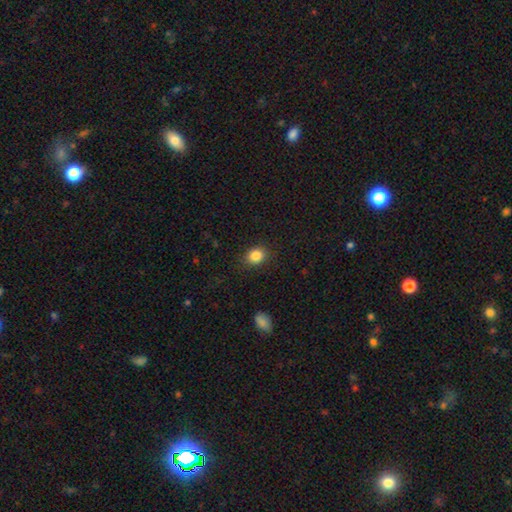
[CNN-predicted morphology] smooth-or-featured: smooth: 85% | star or artifact: 10% | featured or disk: 5%
  how-rounded: round: 58% | in between: 41% | cigar-shaped: 1%
  merging: none: 87% | minor disturbance: 9% | major disturbance: 3% | merger: 1%